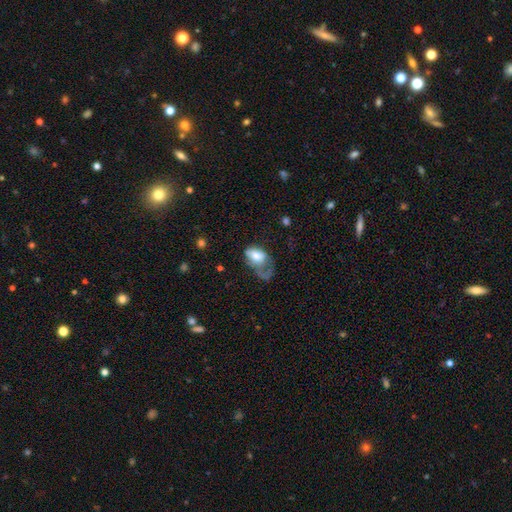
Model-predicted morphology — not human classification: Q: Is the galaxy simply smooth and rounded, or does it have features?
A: smooth — 62%.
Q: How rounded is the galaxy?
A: in between — 84%.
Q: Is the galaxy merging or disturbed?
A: major disturbance — 59%.